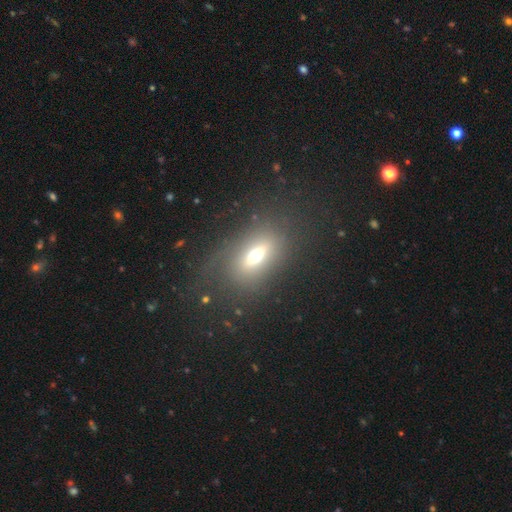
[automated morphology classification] This appears to be a smooth galaxy with no disk features (55%) that is in between round and cigar-shaped (74%). Merging: none (71%).